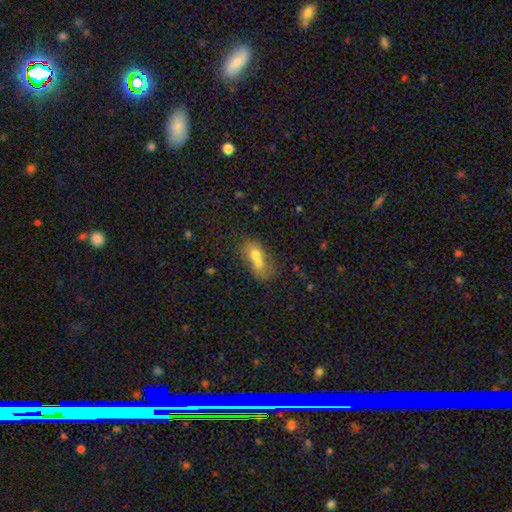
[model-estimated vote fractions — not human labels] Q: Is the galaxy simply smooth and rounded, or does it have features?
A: smooth — 63%.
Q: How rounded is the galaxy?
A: in between — 58%.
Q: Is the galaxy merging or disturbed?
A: merger — 73%.